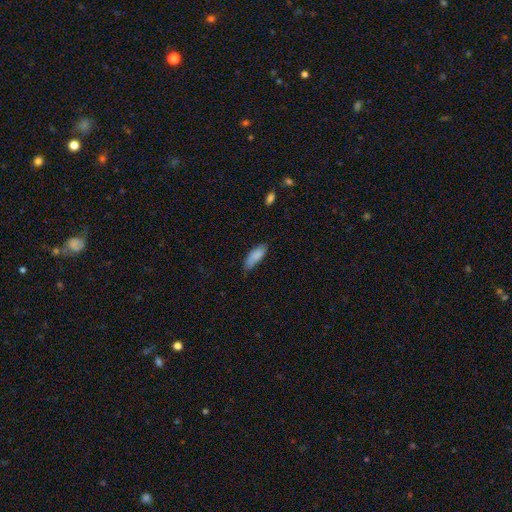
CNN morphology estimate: Smooth or featured? Predicted: smooth (p=0.87). How rounded? Predicted: in between (p=0.65). Merging? Predicted: none (p=0.68).